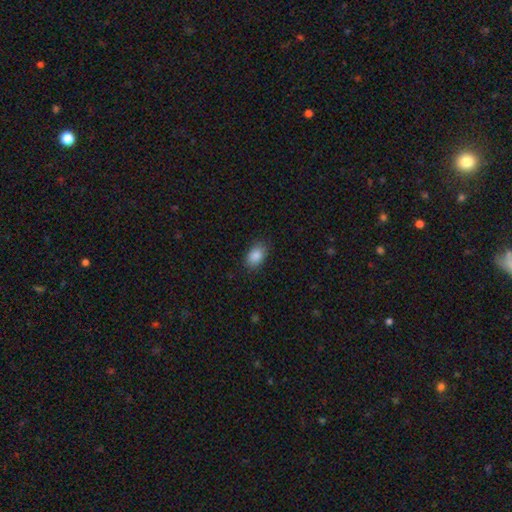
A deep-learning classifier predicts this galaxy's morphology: Q: Smooth or featured?
A: smooth (88%); runner-up: star or artifact (8%)
Q: How rounded?
A: in between (87%); runner-up: round (12%)
Q: Merging?
A: none (85%); runner-up: minor disturbance (11%)